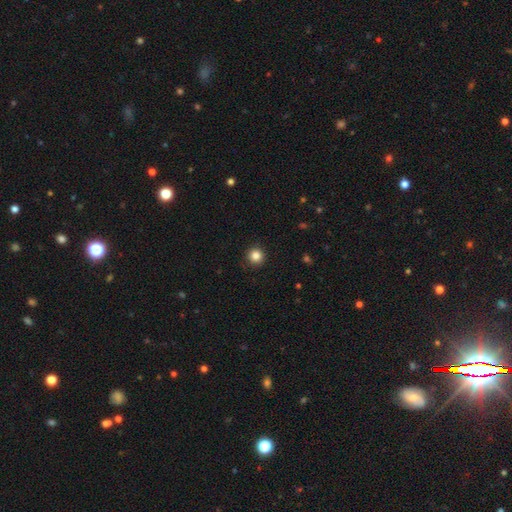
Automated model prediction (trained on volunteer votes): Smooth or featured: smooth — 85% (star or artifact — 11%)
How rounded: round — 95% (in between — 4%)
Merging: none — 92% (minor disturbance — 5%)